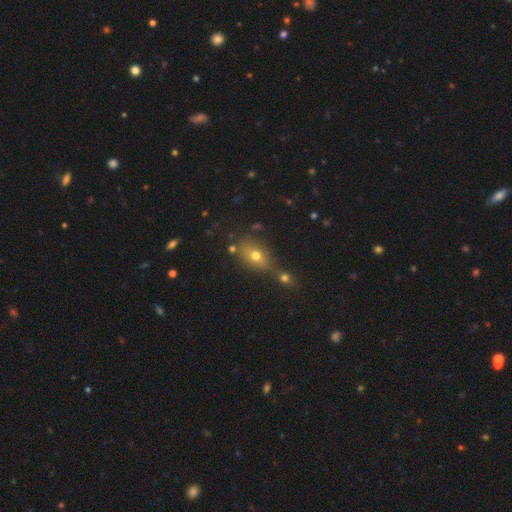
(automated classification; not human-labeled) The model was most divided on "merging": none: 47%, merger: 34%, minor disturbance: 13%, major disturbance: 7%. More confident: smooth or featured — smooth (65%); how rounded — in between (61%).